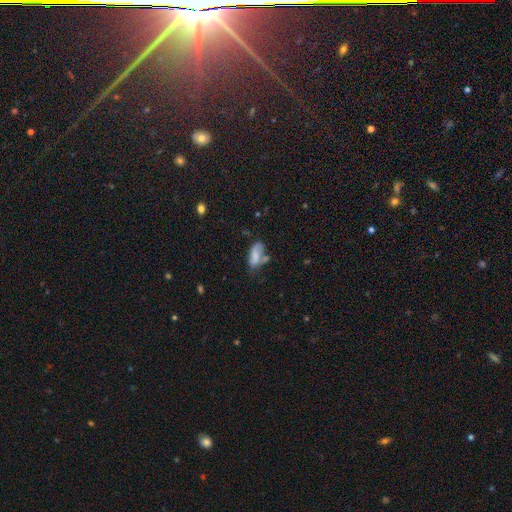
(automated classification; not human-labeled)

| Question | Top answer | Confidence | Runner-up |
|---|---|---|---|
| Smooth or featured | smooth | 70% | featured or disk (20%) |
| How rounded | in between | 86% | cigar-shaped (10%) |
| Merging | none | 37% | minor disturbance (28%) |